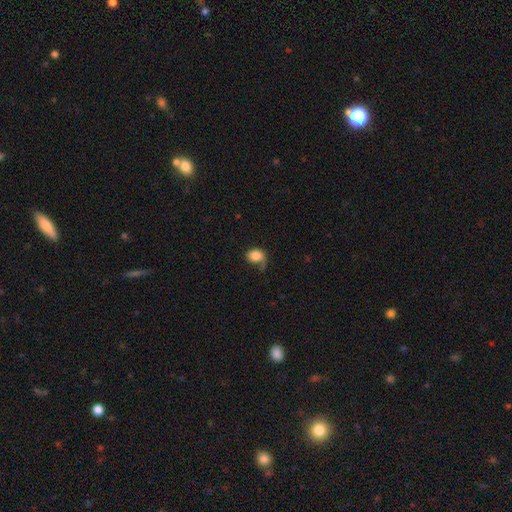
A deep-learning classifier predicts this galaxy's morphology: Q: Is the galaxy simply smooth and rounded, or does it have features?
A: smooth — 78%.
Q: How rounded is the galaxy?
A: in between — 56%.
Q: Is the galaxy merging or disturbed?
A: none — 44%.